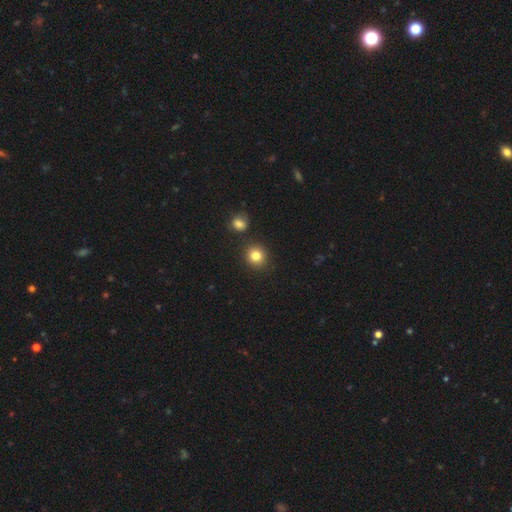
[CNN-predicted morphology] A smooth galaxy with no disk features (83%) that is round (87%). Merging: none (85%).